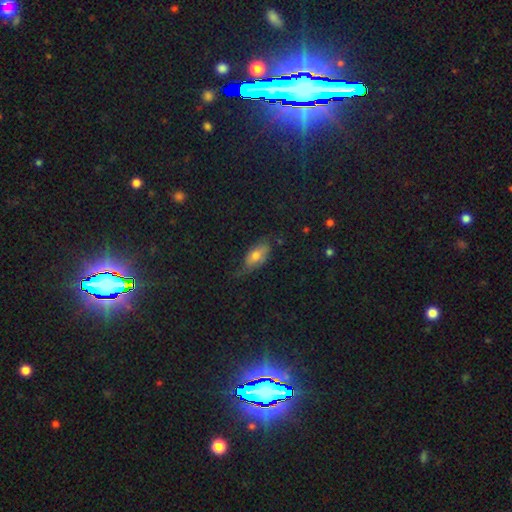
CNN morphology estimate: smooth-or-featured: smooth: 56% | featured or disk: 32% | star or artifact: 13%
  how-rounded: in between: 83% | cigar-shaped: 12% | round: 5%
  merging: none: 59% | minor disturbance: 28% | major disturbance: 11% | merger: 2%